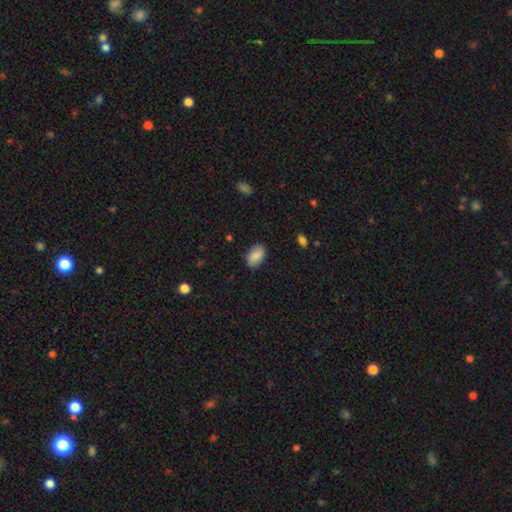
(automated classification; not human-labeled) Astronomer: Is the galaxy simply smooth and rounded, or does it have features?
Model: smooth — 85%.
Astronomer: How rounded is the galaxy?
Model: in between — 92%.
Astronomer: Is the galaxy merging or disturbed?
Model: none — 86%.